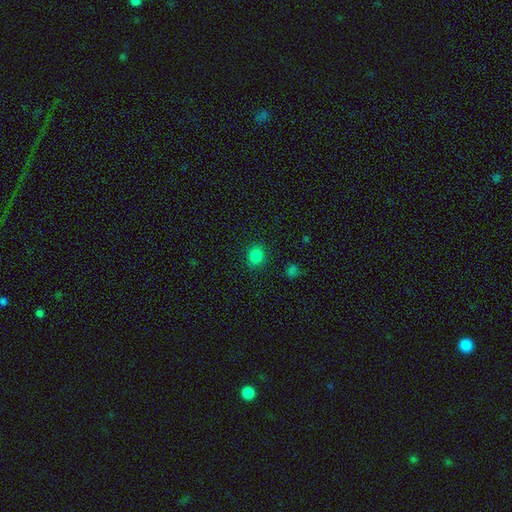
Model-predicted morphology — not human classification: The model was most divided on "how rounded": round: 73%, in between: 26%, cigar-shaped: 1%. More confident: merging — none (88%); smooth or featured — smooth (83%).